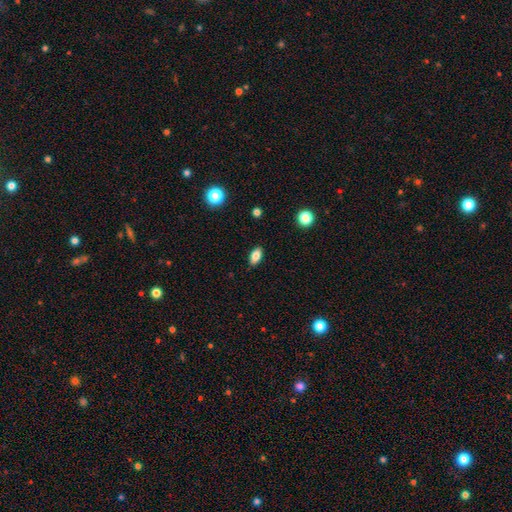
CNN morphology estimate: type=smooth (82%); roundness=in between (89%); merging=none (89%).